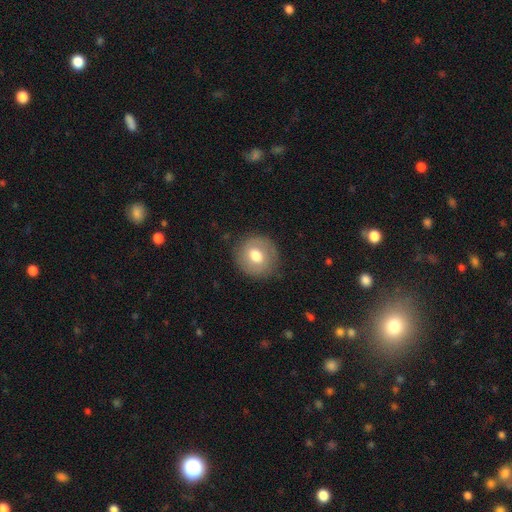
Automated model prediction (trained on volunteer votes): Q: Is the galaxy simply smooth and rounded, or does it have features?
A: smooth — 63%.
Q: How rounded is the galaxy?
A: round — 85%.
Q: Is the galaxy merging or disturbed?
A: none — 82%.